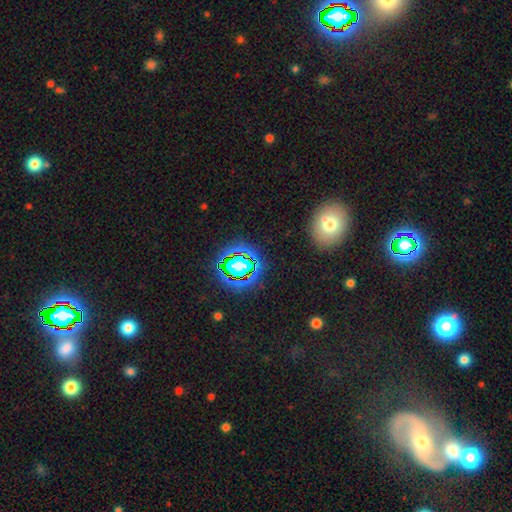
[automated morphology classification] A star or artifact, not a galaxy (42%).

Vote fractions:
- Smooth or featured? star or artifact: 42% / smooth: 39% / featured or disk: 20%